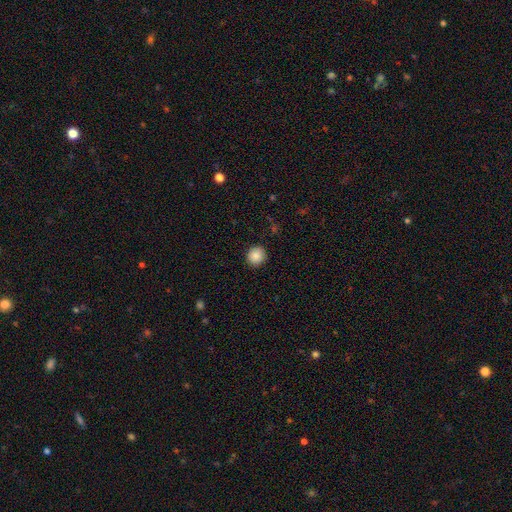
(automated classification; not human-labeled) A smooth galaxy with no disk features (87%) that is round (88%). Merging: none (90%).